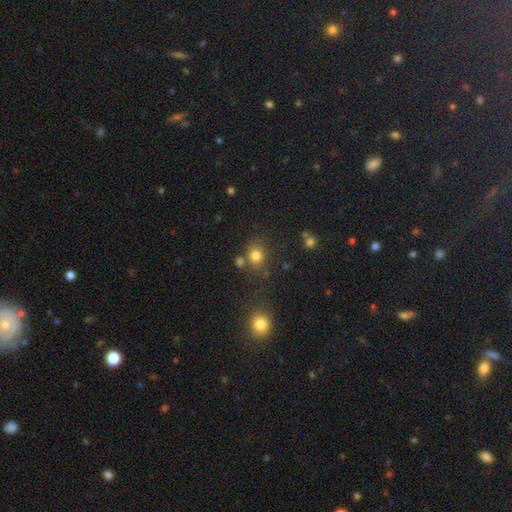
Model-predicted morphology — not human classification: Smooth or featured? smooth (78%)
How rounded? round (72%)
Merging? none (69%)